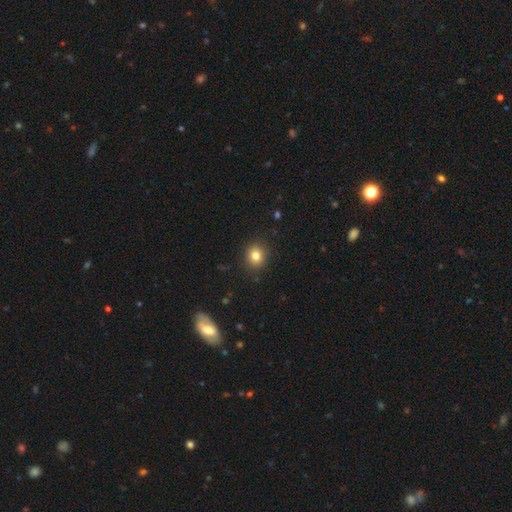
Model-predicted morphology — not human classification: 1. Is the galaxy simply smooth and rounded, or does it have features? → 81% smooth, 12% star or artifact, 7% featured or disk.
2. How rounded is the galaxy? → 76% round, 23% in between, 1% cigar-shaped.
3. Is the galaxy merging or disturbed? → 89% none, 7% minor disturbance, 2% major disturbance, 1% merger.